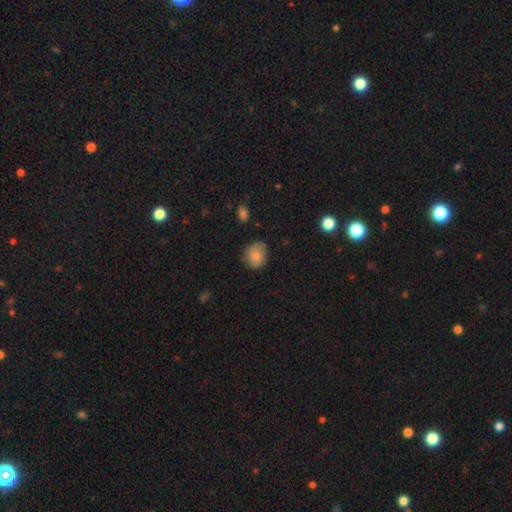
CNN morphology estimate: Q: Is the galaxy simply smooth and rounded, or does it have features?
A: smooth — 79%.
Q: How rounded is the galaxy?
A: round — 66%.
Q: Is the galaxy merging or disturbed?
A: none — 73%.